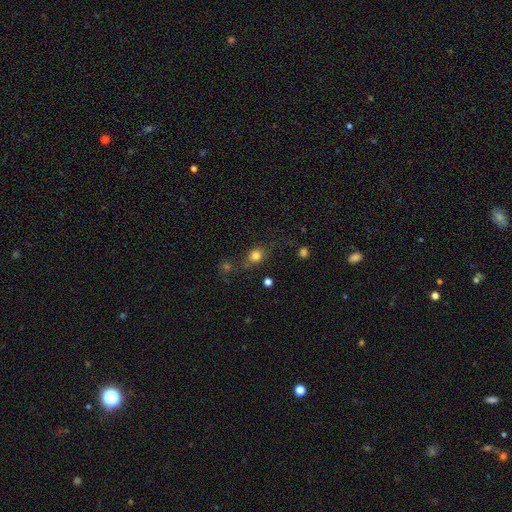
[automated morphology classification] smooth-or-featured: smooth: 77% | star or artifact: 13% | featured or disk: 9%
  how-rounded: round: 63% | in between: 34% | cigar-shaped: 2%
  merging: none: 68% | minor disturbance: 17% | major disturbance: 8% | merger: 8%